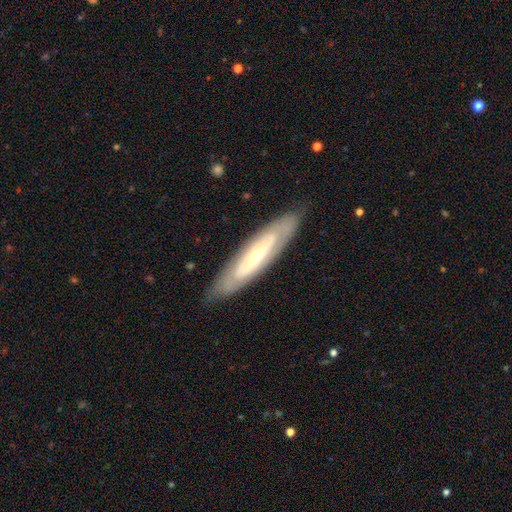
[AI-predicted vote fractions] This appears to be a featured or disk galaxy (68%). Merging: none (84%).